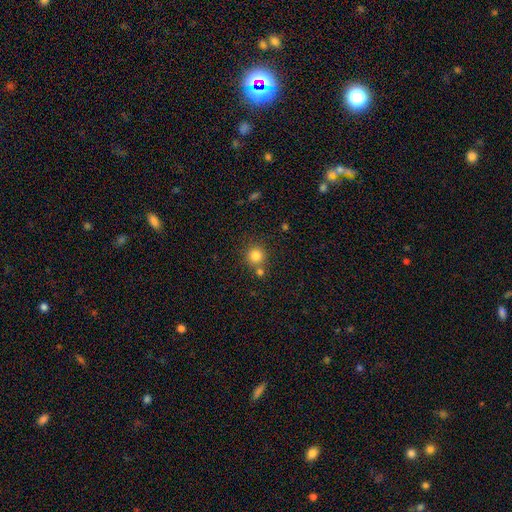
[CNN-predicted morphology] Smooth or featured: smooth — 81% (star or artifact — 12%)
How rounded: round — 93% (in between — 6%)
Merging: none — 71% (merger — 18%)